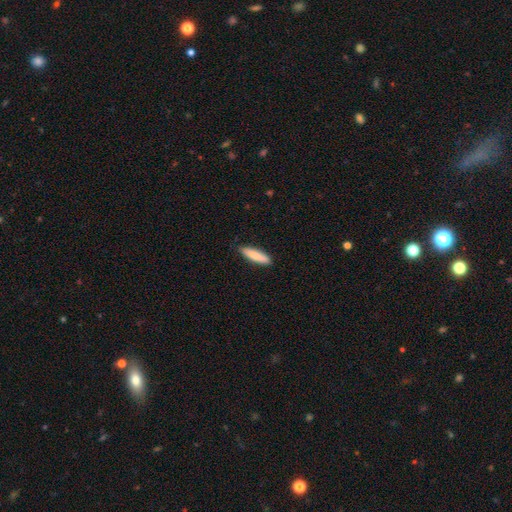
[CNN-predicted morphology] The model was most divided on "how rounded": cigar-shaped: 74%, in between: 24%, round: 1%. More confident: merging — none (87%); smooth or featured — smooth (85%).